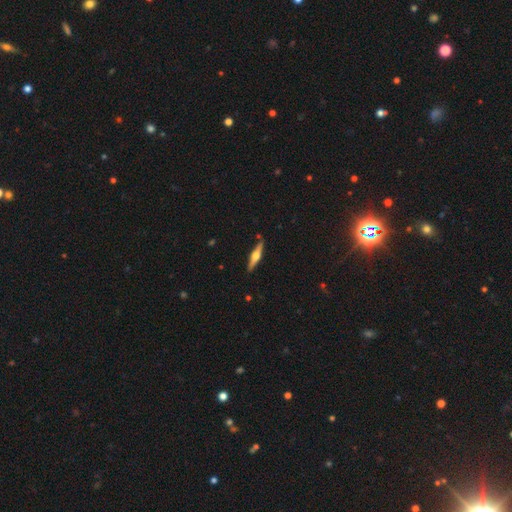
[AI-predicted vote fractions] Q: Smooth or featured?
A: featured or disk (69%); runner-up: smooth (26%)
Q: Edge-on disk?
A: yes (97%); runner-up: no (3%)
Q: Edge-on bulge?
A: rounded (93%); runner-up: boxy (5%)
Q: Merging?
A: none (88%); runner-up: minor disturbance (8%)